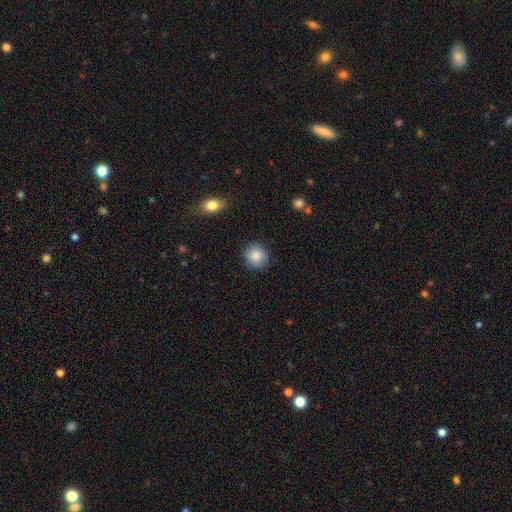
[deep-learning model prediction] Overall: smooth (85%). How rounded: round (87%). Merging: none (88%).